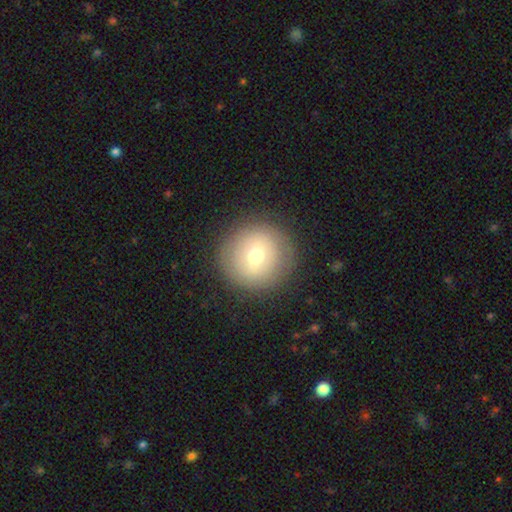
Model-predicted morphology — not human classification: type=smooth (64%); roundness=round (95%); merging=none (87%).